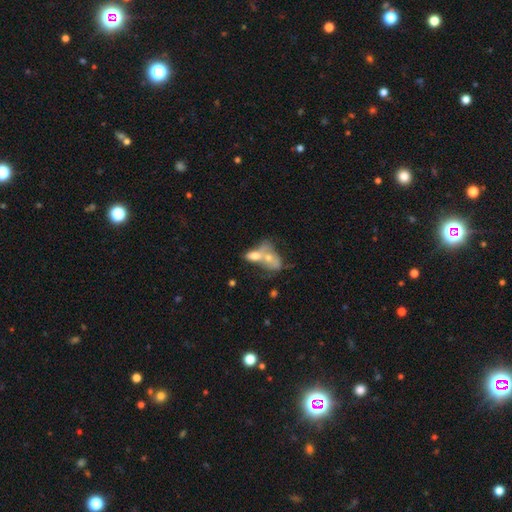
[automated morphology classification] This is likely a smooth galaxy (63%). How rounded: clearly in between (83%). Merging: likely merger (74%).